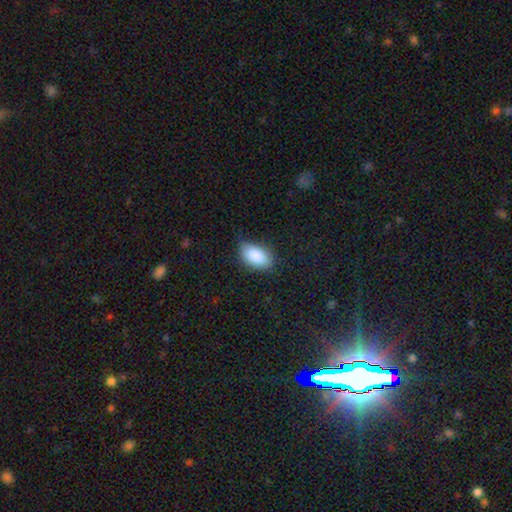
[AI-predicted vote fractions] Morphology: type=smooth (87%); roundness=in between (93%); merging=none (73%).